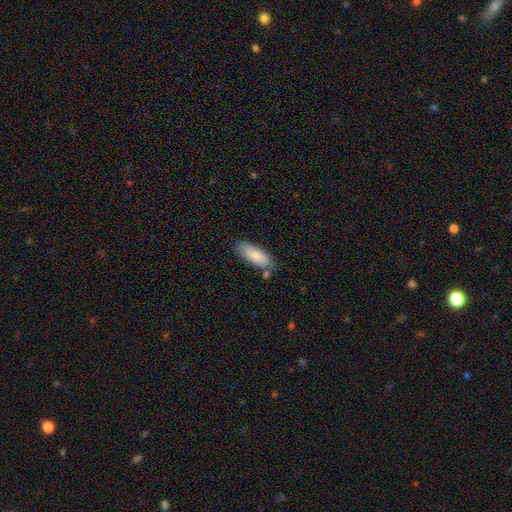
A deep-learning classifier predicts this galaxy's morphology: This is clearly a smooth galaxy (82%). How rounded: likely in between (73%). Merging: likely none (70%).